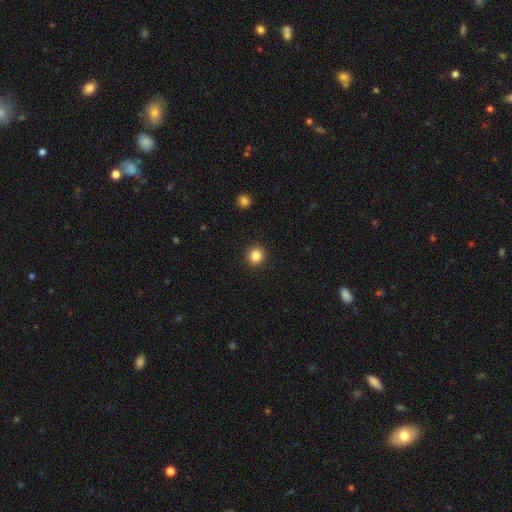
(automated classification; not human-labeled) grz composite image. It shows a smooth galaxy with no disk features (85%) that is round (91%). Merging: none (93%).